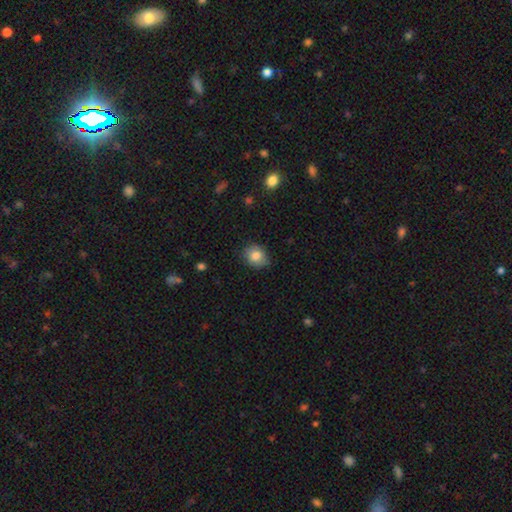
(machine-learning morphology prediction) smooth 82%, featured or disk 9%, star or artifact 9%. Down the decision tree: how rounded — round (56%); merging — none (78%).